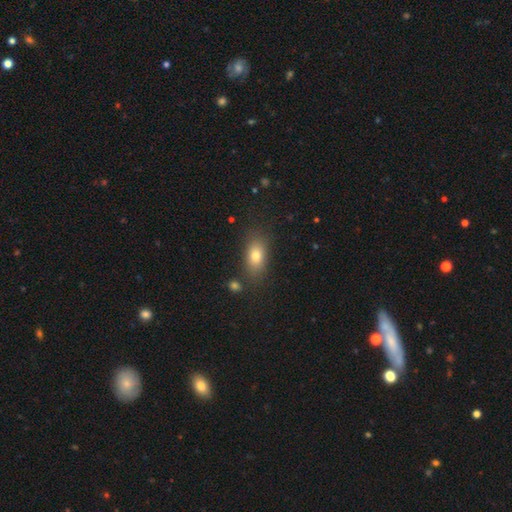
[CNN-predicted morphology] Smooth or featured?
  - smooth: 76% *
  - featured or disk: 13%
  - star or artifact: 11%
How rounded?
  - in between: 81% *
  - round: 12%
  - cigar-shaped: 7%
Merging?
  - none: 80% *
  - minor disturbance: 12%
  - merger: 4%
  - major disturbance: 4%